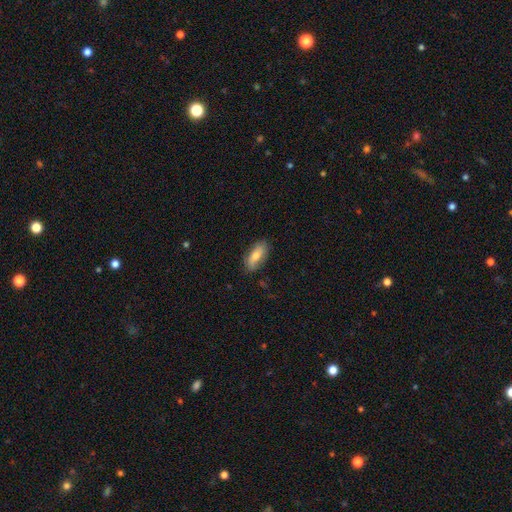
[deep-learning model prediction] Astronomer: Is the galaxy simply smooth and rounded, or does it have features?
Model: smooth — 73%.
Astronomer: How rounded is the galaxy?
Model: in between — 82%.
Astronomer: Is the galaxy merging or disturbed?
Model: none — 81%.